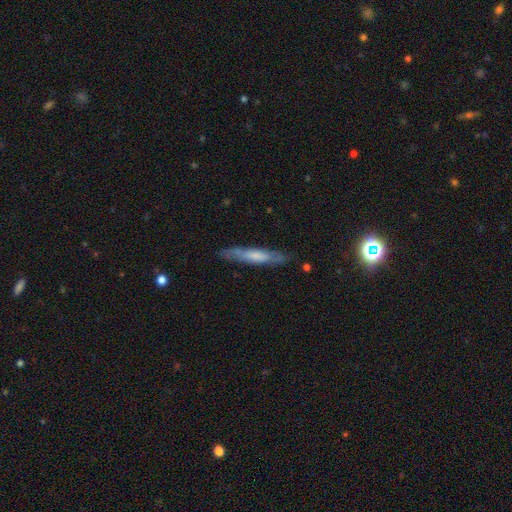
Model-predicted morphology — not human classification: smooth_or_featured: smooth (p=0.47) [tied with: featured or disk p=0.47]
merging: none (p=0.80) [alt: minor disturbance p=0.14]